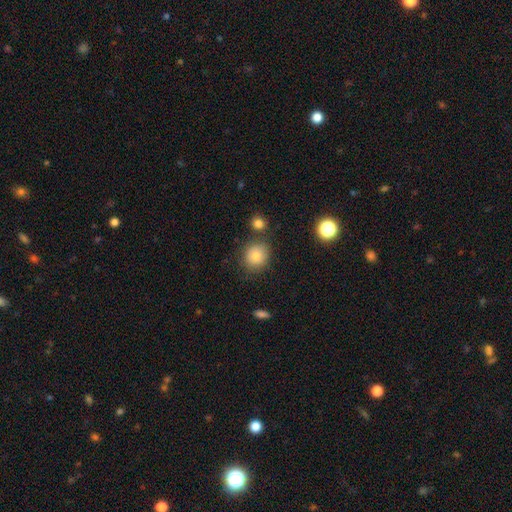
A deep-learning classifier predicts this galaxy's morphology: This is clearly a smooth galaxy (80%). How rounded: clearly round (83%). Merging: likely none (79%).